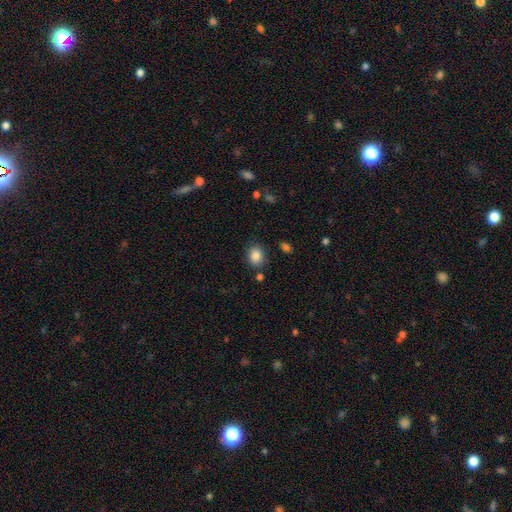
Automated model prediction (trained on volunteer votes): Smooth or featured? Predicted: smooth (p=0.86). How rounded? Predicted: in between (p=0.52). Merging? Predicted: none (p=0.82).